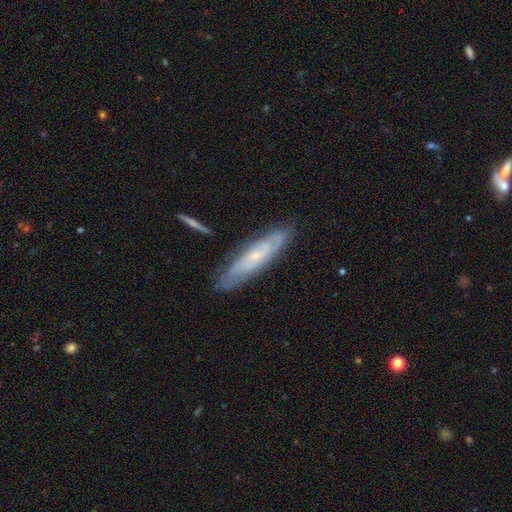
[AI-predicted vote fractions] Smooth or featured? Predicted: featured or disk (p=0.64). Edge-on disk? Predicted: no (p=0.64). Merging? Predicted: none (p=0.76).